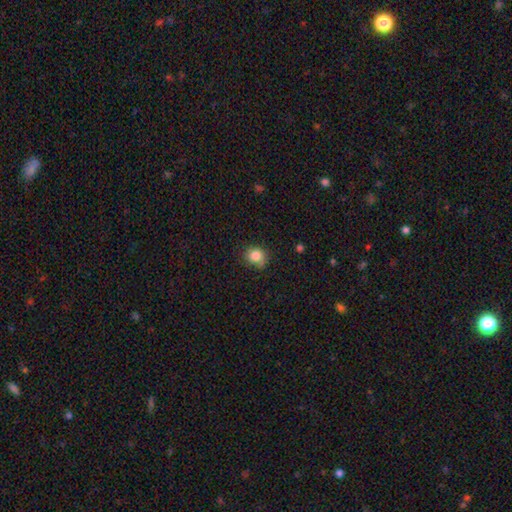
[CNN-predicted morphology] type=smooth (83%); roundness=round (74%); merging=none (71%).